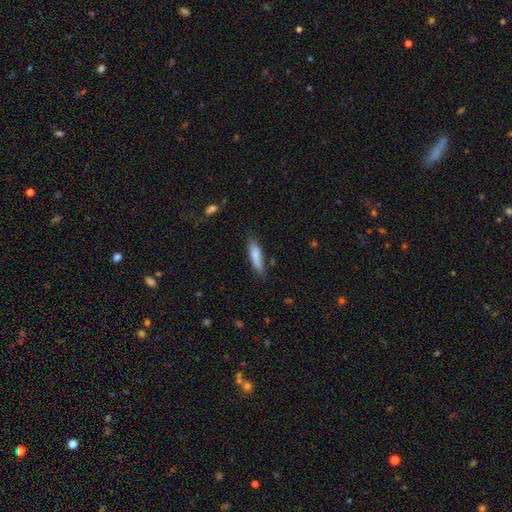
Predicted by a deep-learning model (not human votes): The model was most divided on "how rounded": cigar-shaped: 67%, in between: 31%, round: 2%. More confident: smooth or featured — smooth (83%); merging — none (74%).